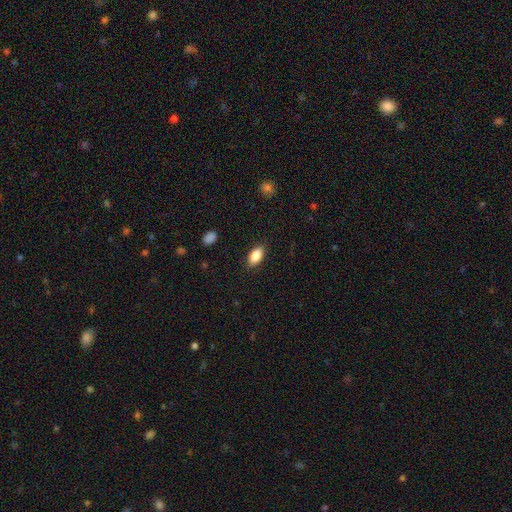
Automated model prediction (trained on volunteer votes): Smooth or featured: smooth — 86% (star or artifact — 7%)
How rounded: in between — 91% (cigar-shaped — 6%)
Merging: none — 87% (minor disturbance — 10%)